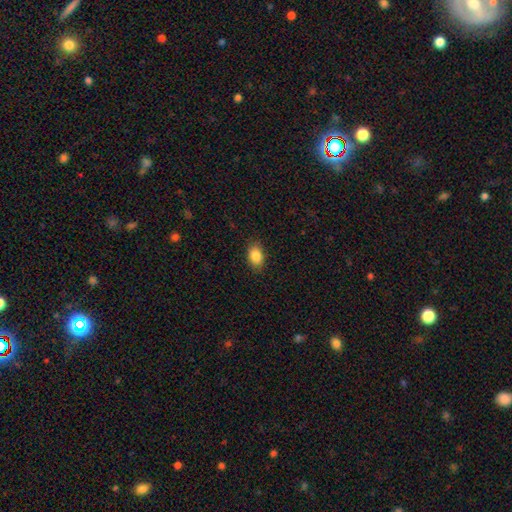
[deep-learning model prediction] This is clearly a smooth galaxy (87%). How rounded: clearly in between (86%). Merging: clearly none (86%).